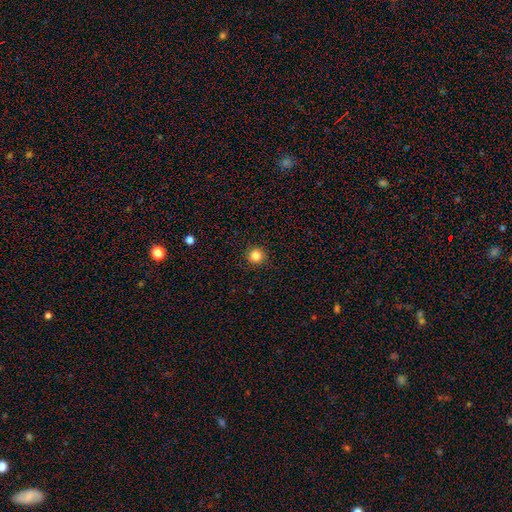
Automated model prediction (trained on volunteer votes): Smooth or featured? smooth (84%)
How rounded? round (95%)
Merging? none (92%)